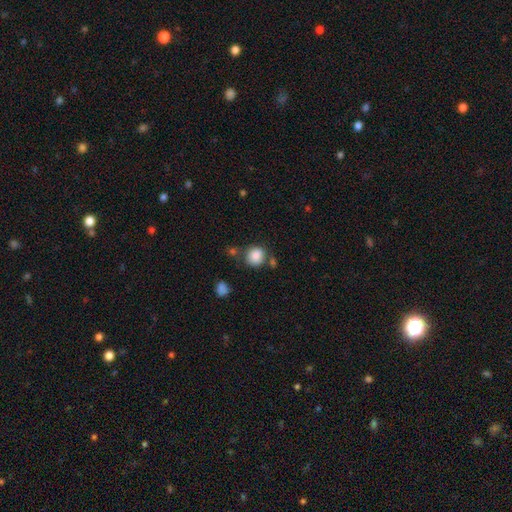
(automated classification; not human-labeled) smooth_or_featured: smooth (p=0.85) [alt: star or artifact p=0.09]
how_rounded: round (p=0.83) [alt: in between p=0.16]
merging: none (p=0.66) [alt: minor disturbance p=0.16]